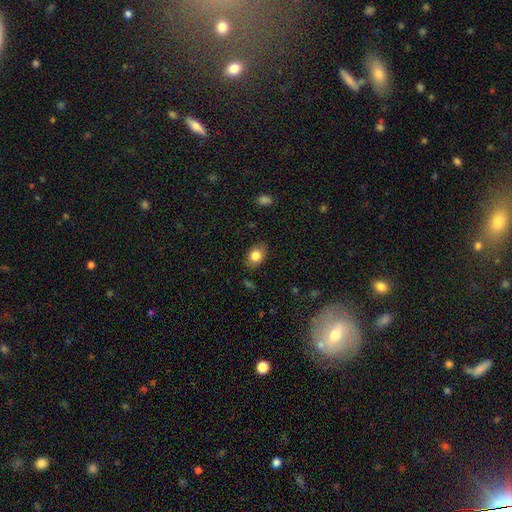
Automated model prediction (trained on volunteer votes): This appears to be a smooth galaxy with no disk features (82%) that is in between round and cigar-shaped (72%). Merging: none (84%).